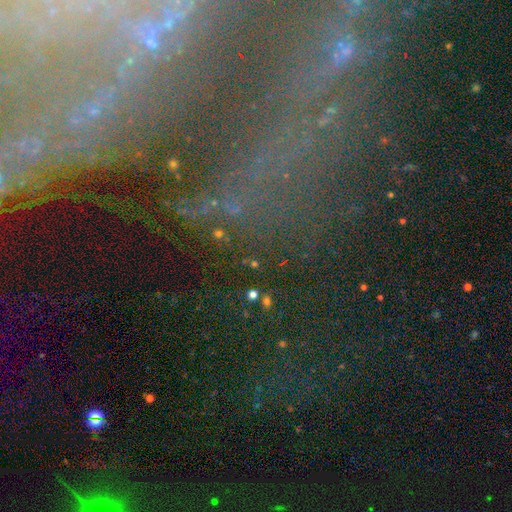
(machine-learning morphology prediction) Overall: star or artifact (44%; featured or disk 40%).